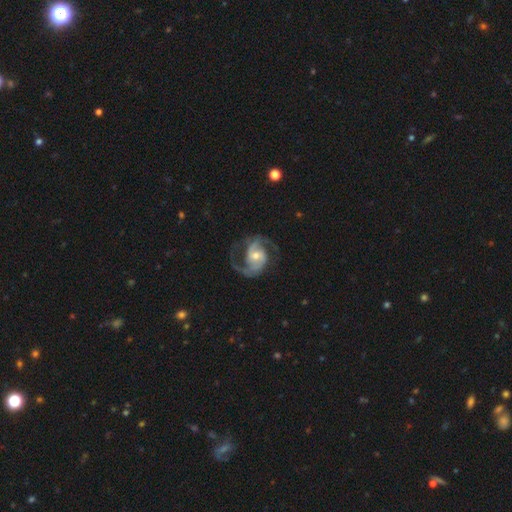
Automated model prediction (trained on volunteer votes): Smooth or featured: featured or disk — 91% (smooth — 5%)
Edge-on disk: no — 98% (yes — 2%)
Bar: no — 47% (weak — 41%)
Spiral arms: yes — 98% (no — 2%)
Spiral winding: medium — 58% (loose — 25%)
Spiral arm count: 2 — 90% (3 — 3%)
Bulge size: moderate — 56% (small — 36%)
Merging: none — 72% (minor disturbance — 15%)